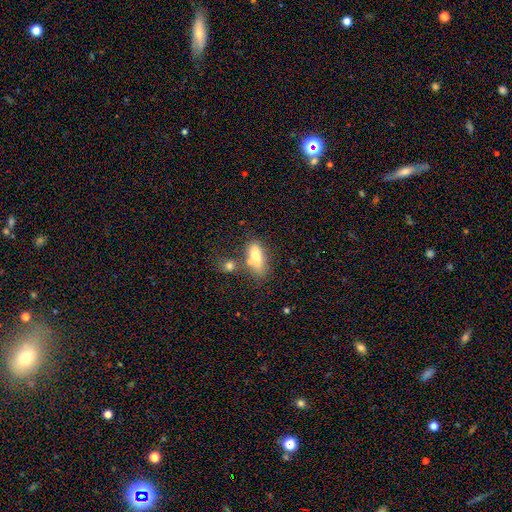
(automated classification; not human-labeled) Morphology: type=smooth (72%); roundness=in between (72%); merging=none (46%).